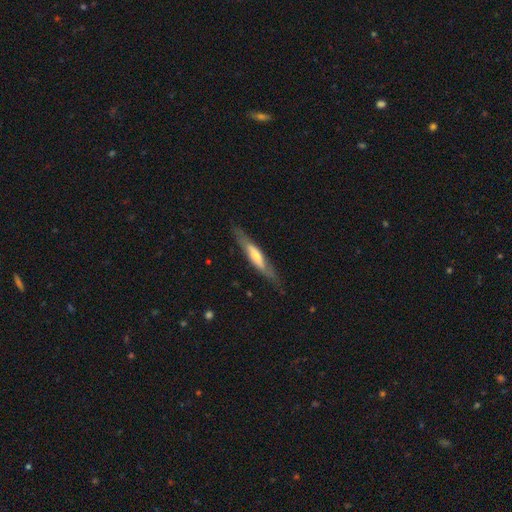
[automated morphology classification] This appears to be a featured or disk galaxy (58%) viewed edge-on (75%). Merging: none (79%).